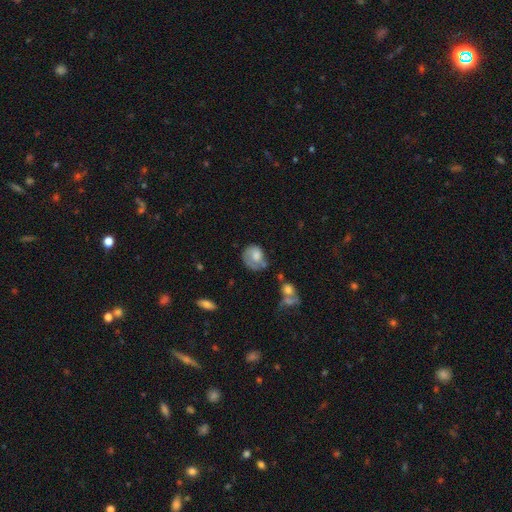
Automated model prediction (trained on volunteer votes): Morphology: type=smooth (61%); roundness=round (57%); merging=none (36%).